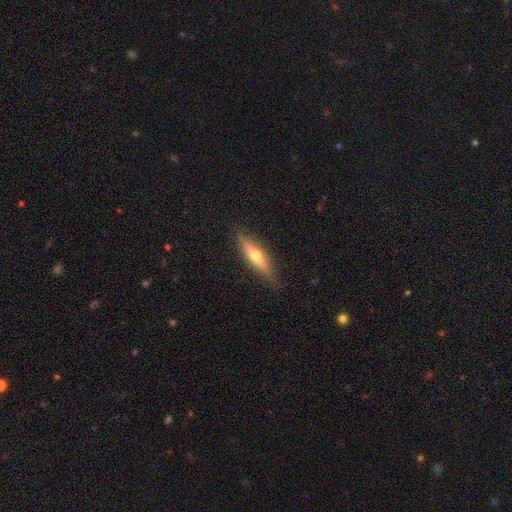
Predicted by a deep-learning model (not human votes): Morphology: type=featured or disk (50%); merging=none (86%).